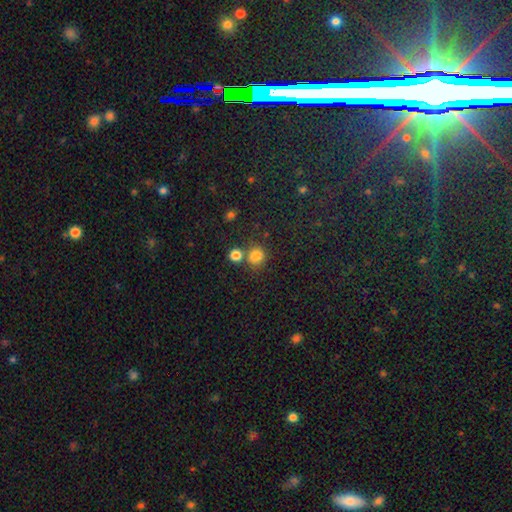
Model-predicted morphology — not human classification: Smooth or featured? Predicted: smooth (p=0.81). How rounded? Predicted: round (p=0.76). Merging? Predicted: none (p=0.59).